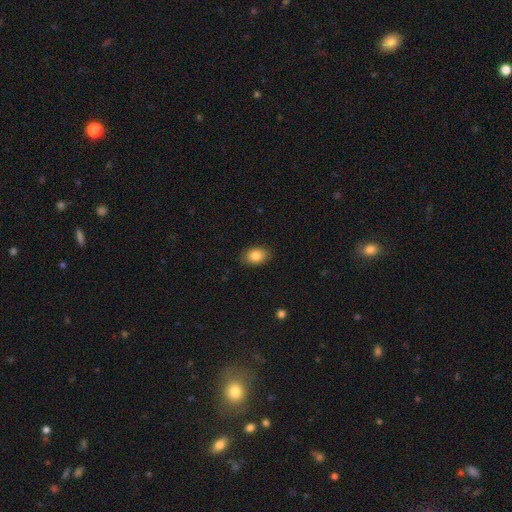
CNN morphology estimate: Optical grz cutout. It shows a smooth galaxy with no disk features (84%) that is in between round and cigar-shaped (84%). Merging: none (87%).